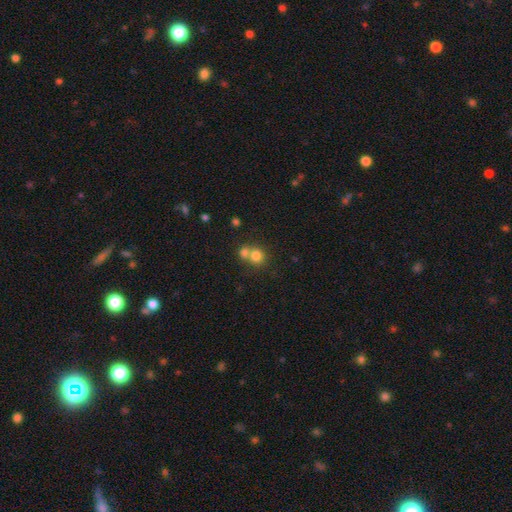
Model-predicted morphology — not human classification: Smooth or featured? Predicted: smooth (p=0.77). How rounded? Predicted: round (p=0.85). Merging? Predicted: merger (p=0.51).